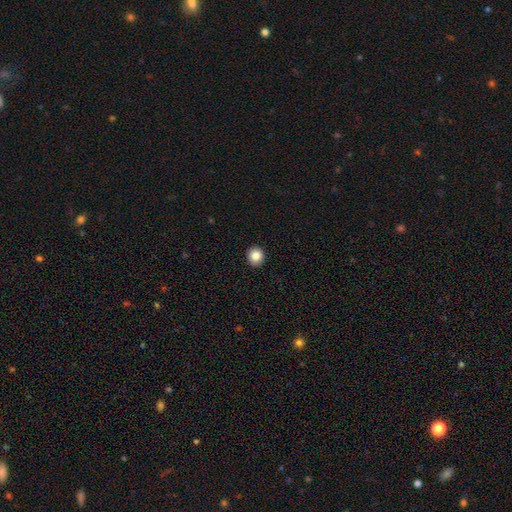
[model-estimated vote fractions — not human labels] A smooth galaxy with no disk features (86%) that is round (91%).

Vote fractions:
- Smooth or featured? smooth: 86% / star or artifact: 10% / featured or disk: 4%
- How rounded? round: 91% / in between: 8% / cigar-shaped: 1%
- Merging? none: 93% / minor disturbance: 4% / major disturbance: 1% / merger: 1%